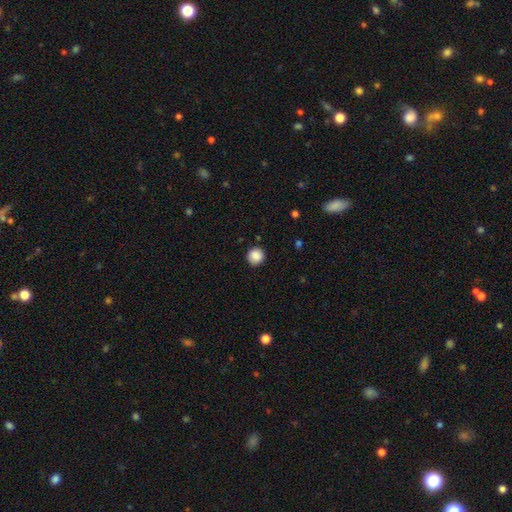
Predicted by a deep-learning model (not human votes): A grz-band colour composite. It shows a smooth galaxy with no disk features (88%) that is round (93%). Merging: none (90%).